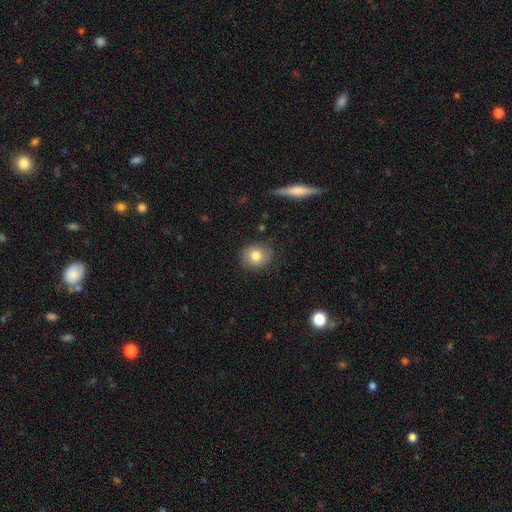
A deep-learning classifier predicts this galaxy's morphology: Q: Smooth or featured?
A: smooth (79%); runner-up: featured or disk (12%)
Q: How rounded?
A: round (72%); runner-up: in between (27%)
Q: Merging?
A: none (85%); runner-up: minor disturbance (11%)